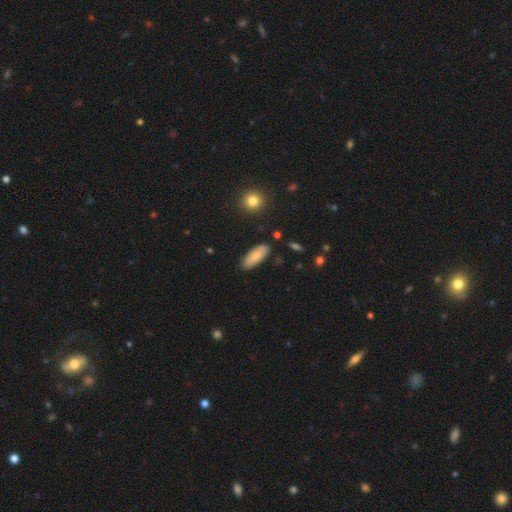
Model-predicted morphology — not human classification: Smooth or featured? Predicted: smooth (p=0.79). How rounded? Predicted: in between (p=0.77). Merging? Predicted: none (p=0.84).